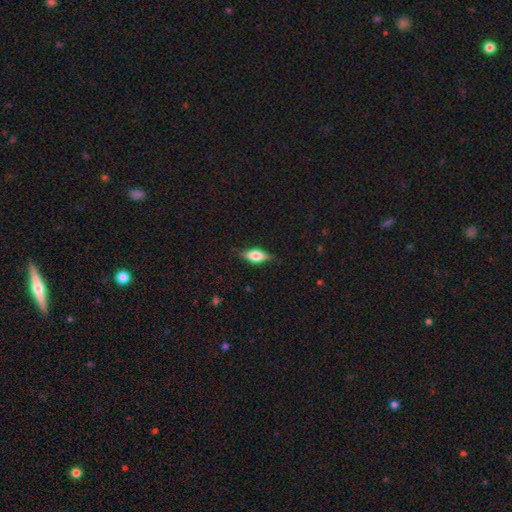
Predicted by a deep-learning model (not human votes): A smooth galaxy with no disk features (49%).

Vote fractions:
- Smooth or featured? smooth: 49% / featured or disk: 43% / star or artifact: 8%
- Merging? none: 80% / minor disturbance: 15% / major disturbance: 3% / merger: 1%